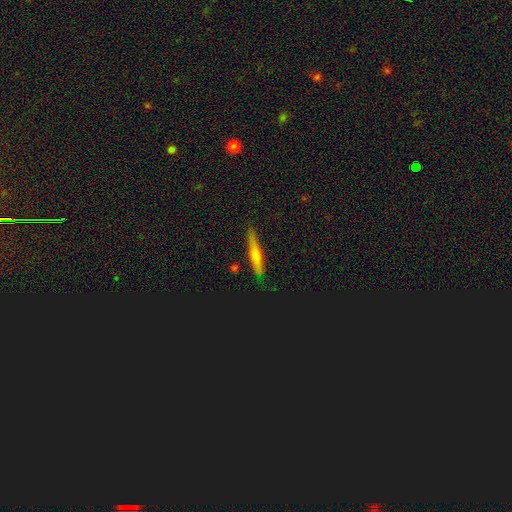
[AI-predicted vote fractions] Overall: smooth (65%). How rounded: cigar-shaped (90%). Merging: none (80%).